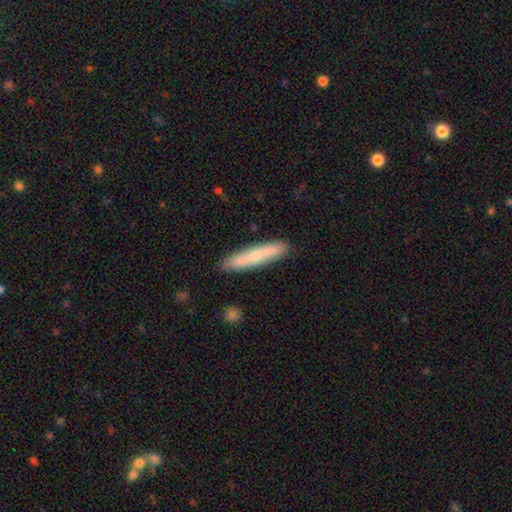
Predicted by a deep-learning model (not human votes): The model was most divided on "smooth or featured": smooth: 69%, featured or disk: 25%, star or artifact: 6%. More confident: how rounded — cigar-shaped (91%); merging — none (89%).